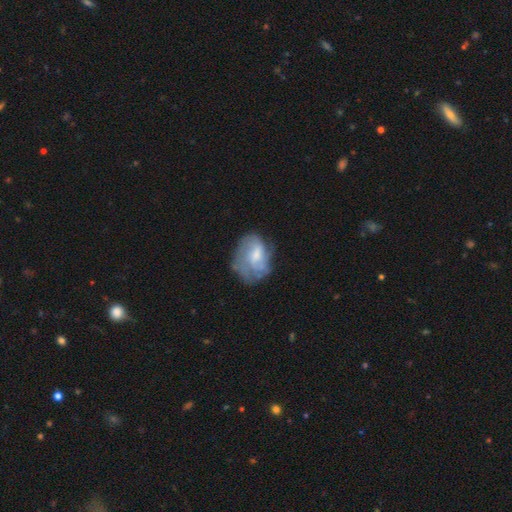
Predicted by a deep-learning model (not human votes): A featured or disk galaxy (58%) with no bar (46%), spiral arms (72%) and a moderate central bulge (38%). Merging: none (47%).